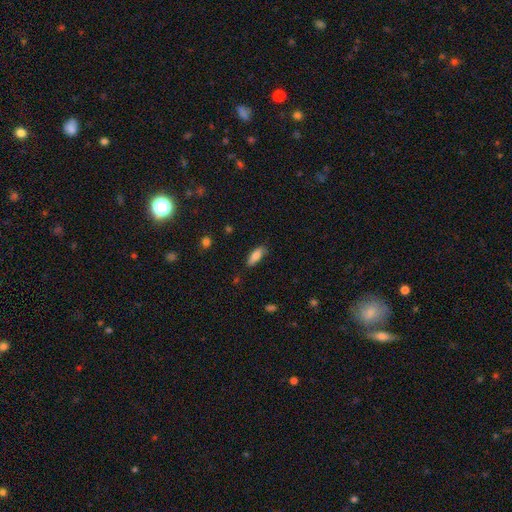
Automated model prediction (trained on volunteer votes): smooth-or-featured: smooth: 83% | featured or disk: 10% | star or artifact: 7%
  how-rounded: in between: 73% | cigar-shaped: 25% | round: 2%
  merging: none: 80% | minor disturbance: 16% | major disturbance: 3% | merger: 2%